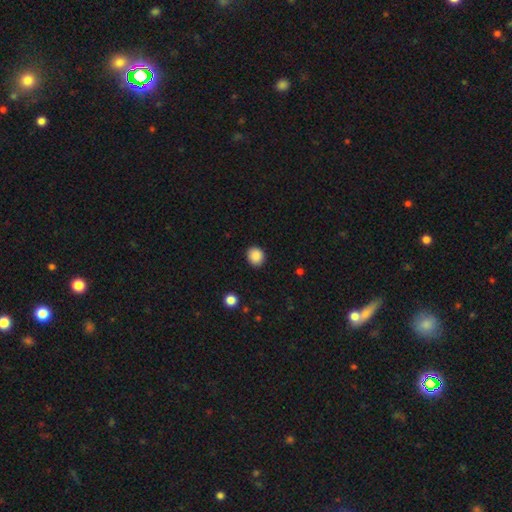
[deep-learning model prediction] Q: Smooth or featured?
A: smooth (88%); runner-up: star or artifact (9%)
Q: How rounded?
A: round (76%); runner-up: in between (23%)
Q: Merging?
A: none (90%); runner-up: minor disturbance (7%)